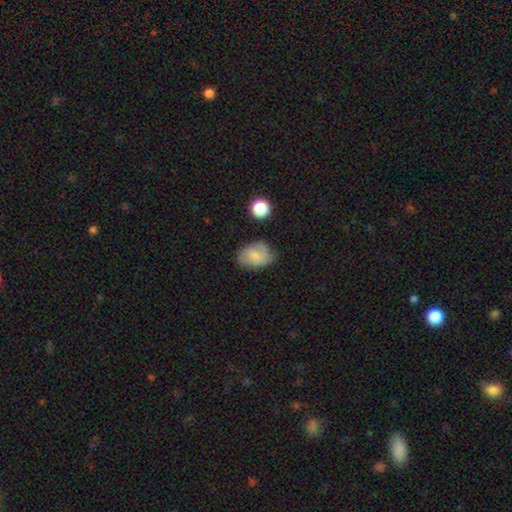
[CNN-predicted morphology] The model was most divided on "merging": none: 63%, minor disturbance: 26%, major disturbance: 7%, merger: 3%. More confident: how rounded — in between (73%); smooth or featured — smooth (65%).